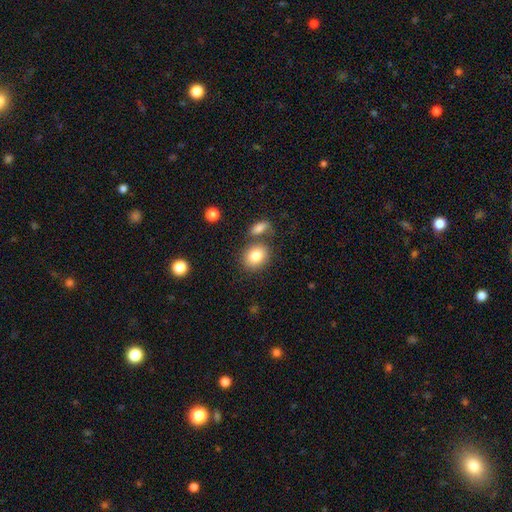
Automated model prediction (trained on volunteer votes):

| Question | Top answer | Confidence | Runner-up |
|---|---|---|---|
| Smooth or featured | smooth | 83% | featured or disk (9%) |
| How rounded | round | 54% | in between (45%) |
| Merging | none | 67% | merger (18%) |